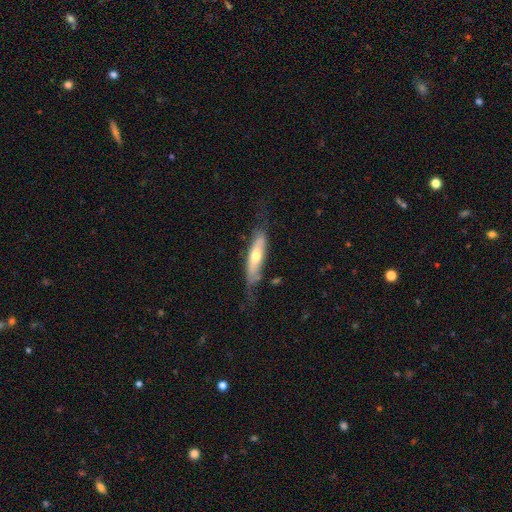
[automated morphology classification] type=smooth (48%); merging=none (57%).